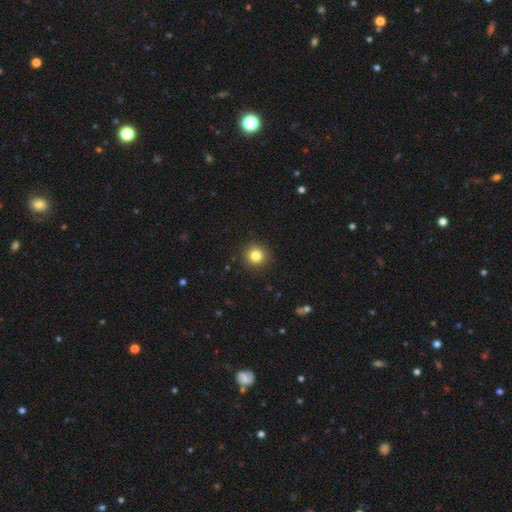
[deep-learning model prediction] Q: Smooth or featured?
A: smooth (82%); runner-up: star or artifact (12%)
Q: How rounded?
A: round (93%); runner-up: in between (6%)
Q: Merging?
A: none (92%); runner-up: minor disturbance (6%)